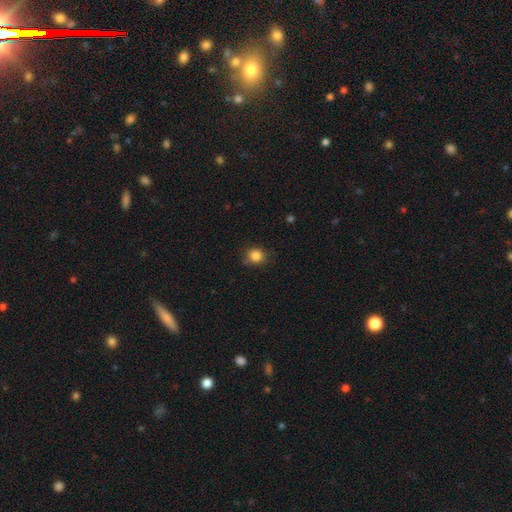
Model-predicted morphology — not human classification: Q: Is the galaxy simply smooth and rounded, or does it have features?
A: smooth — 85%.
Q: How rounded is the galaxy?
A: round — 84%.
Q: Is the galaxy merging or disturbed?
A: none — 76%.